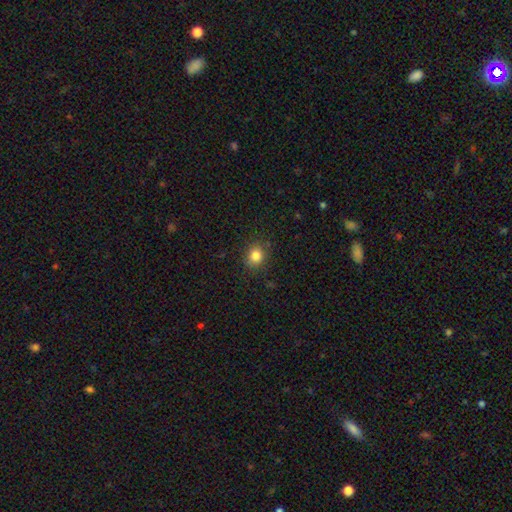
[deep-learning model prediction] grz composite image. It shows a smooth galaxy with no disk features (83%) that is round (72%). Merging: none (86%).